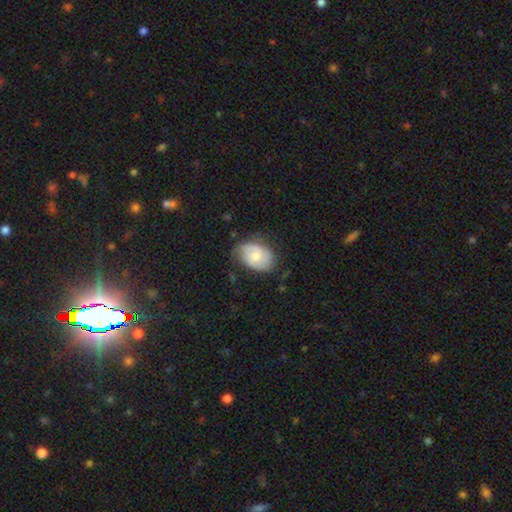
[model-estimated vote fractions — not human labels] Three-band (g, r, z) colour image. It shows a smooth galaxy with no disk features (51%) that is in between round and cigar-shaped (75%). Merging: none (60%).